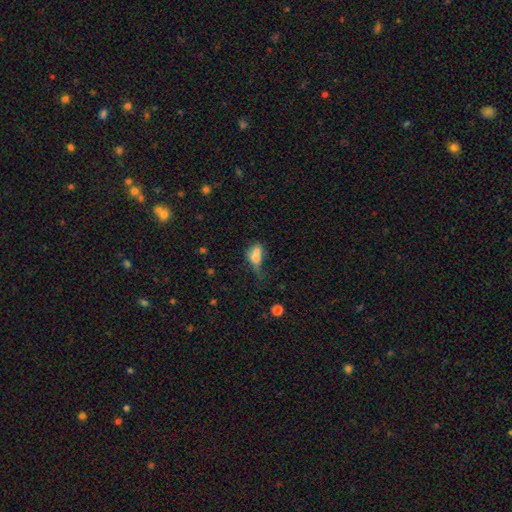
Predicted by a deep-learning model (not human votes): Smooth or featured? Predicted: smooth (p=0.64). How rounded? Predicted: in between (p=0.72). Merging? Predicted: major disturbance (p=0.33).